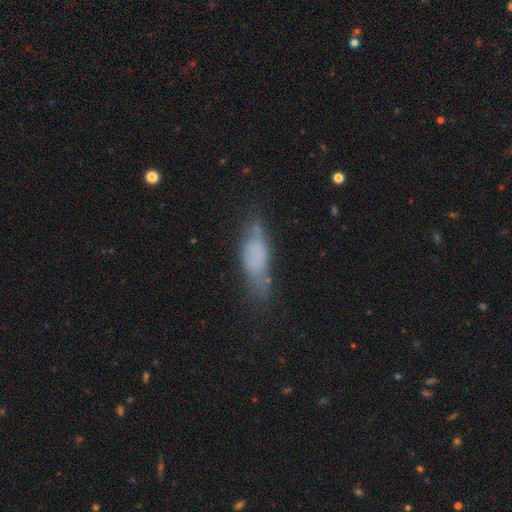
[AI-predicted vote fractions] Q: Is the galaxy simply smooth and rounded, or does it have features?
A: smooth — 60%.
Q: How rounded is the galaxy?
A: in between — 51%.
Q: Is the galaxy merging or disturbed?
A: none — 52%.